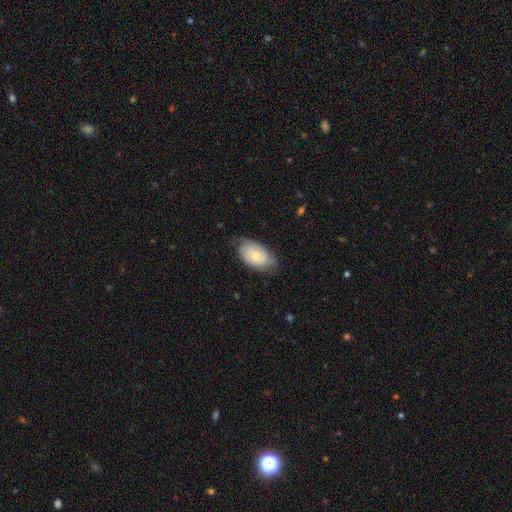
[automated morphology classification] A smooth galaxy with no disk features (50%). Merging: none (64%).